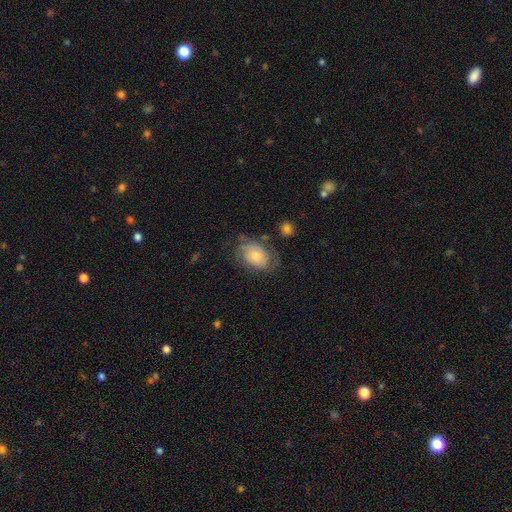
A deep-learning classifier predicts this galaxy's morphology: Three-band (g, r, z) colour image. It shows a smooth galaxy with no disk features (51%) that is in between round and cigar-shaped (79%). Merging: none (57%).